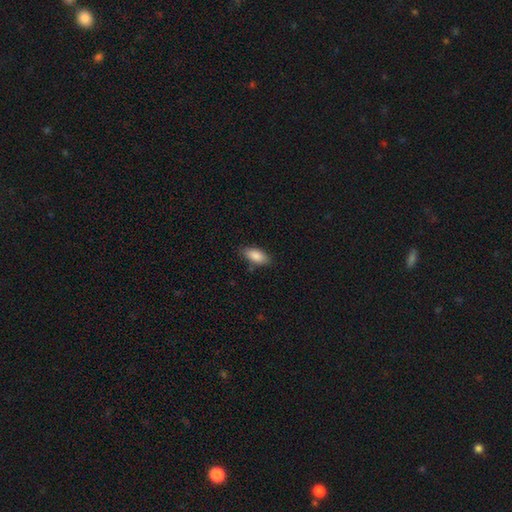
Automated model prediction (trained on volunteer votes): smooth 88%, star or artifact 7%, featured or disk 6%. Down the decision tree: how rounded — in between (87%); merging — none (82%).